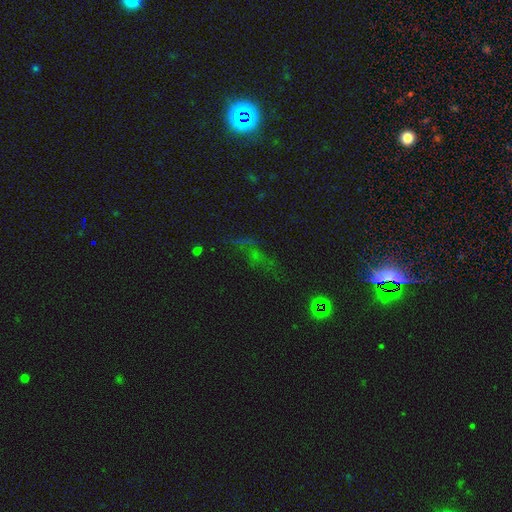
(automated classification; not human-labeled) star or artifact 57%, smooth 25%, featured or disk 18%.